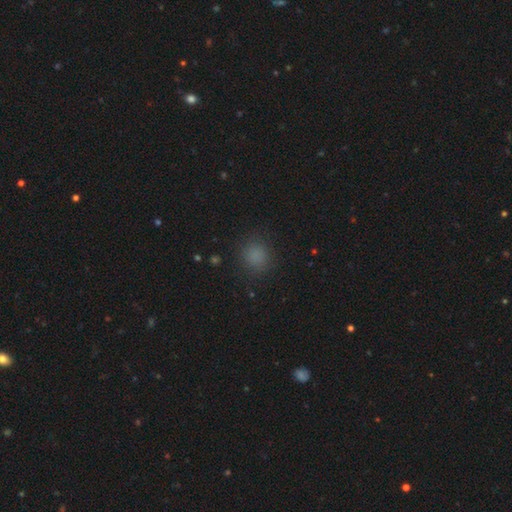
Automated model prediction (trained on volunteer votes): This appears to be a smooth galaxy with no disk features (80%) that is round (86%). Merging: none (86%).